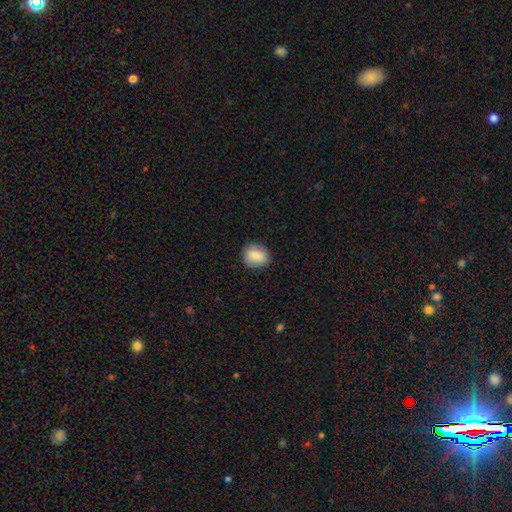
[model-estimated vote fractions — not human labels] Smooth or featured: smooth — 85% (featured or disk — 8%)
How rounded: round — 55% (in between — 43%)
Merging: none — 85% (minor disturbance — 12%)